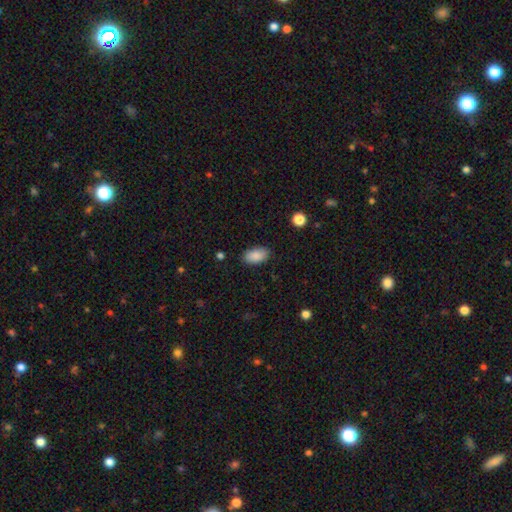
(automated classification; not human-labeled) Smooth or featured? smooth (89%)
How rounded? in between (94%)
Merging? none (87%)